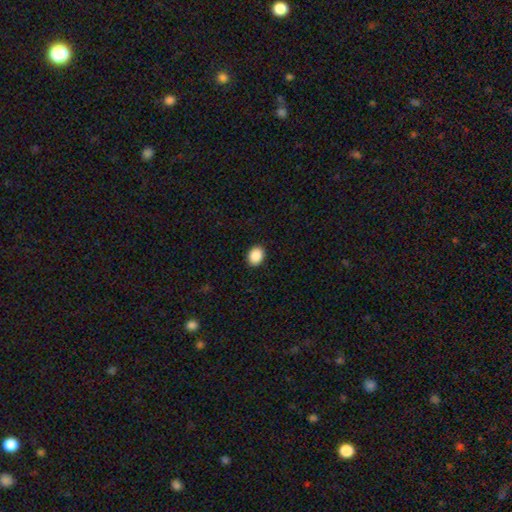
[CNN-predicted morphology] The model was most divided on "how rounded": in between: 55%, round: 45%, cigar-shaped: 1%. More confident: merging — none (91%); smooth or featured — smooth (89%).